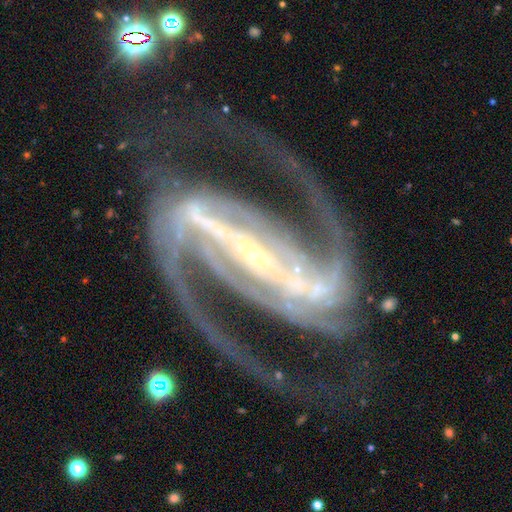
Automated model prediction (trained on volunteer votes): Smooth or featured? featured or disk (94%)
Edge-on disk? no (96%)
Bar? strong (86%)
Spiral arms? yes (99%)
Spiral winding? medium (60%)
Spiral arm count? 2 (91%)
Bulge size? small (85%)
Merging? none (72%)